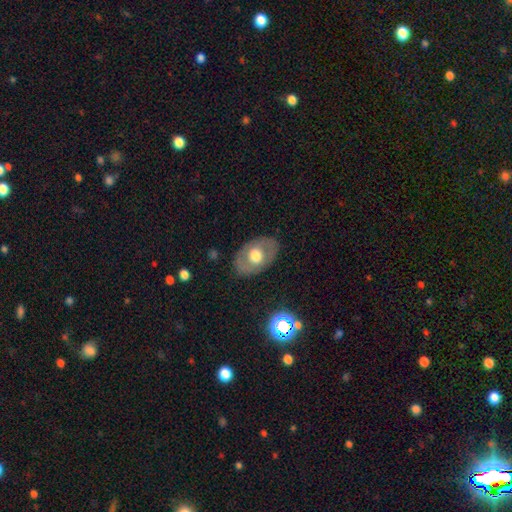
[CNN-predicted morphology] type=smooth (51%); roundness=in between (81%); merging=none (82%).